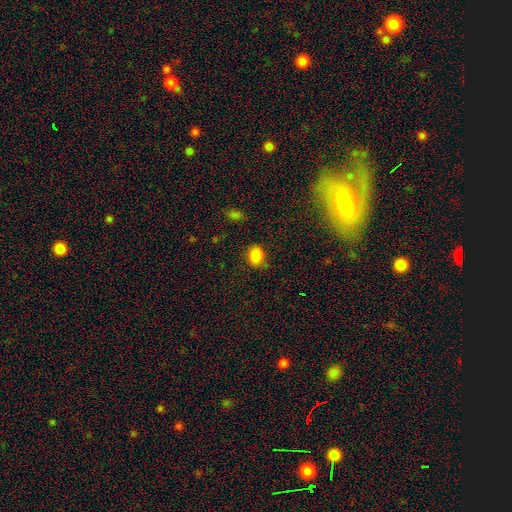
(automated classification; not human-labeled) smooth-or-featured: smooth: 84% | star or artifact: 11% | featured or disk: 5%
  how-rounded: in between: 55% | round: 44% | cigar-shaped: 1%
  merging: none: 77% | minor disturbance: 17% | major disturbance: 4% | merger: 2%